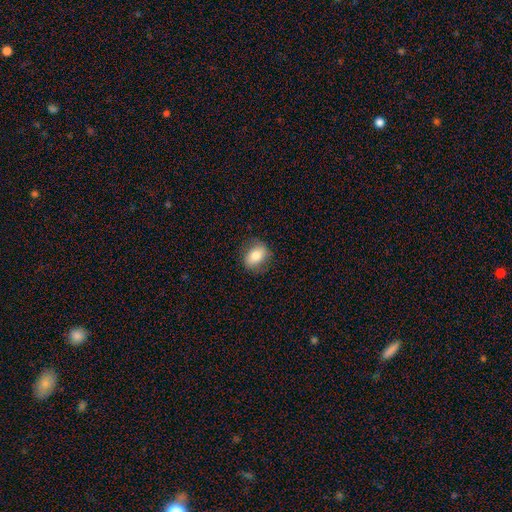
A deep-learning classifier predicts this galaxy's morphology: type=smooth (74%); roundness=in between (61%); merging=none (80%).